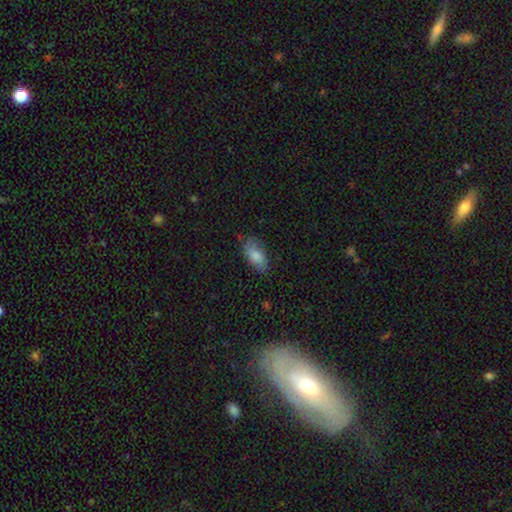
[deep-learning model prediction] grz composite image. It shows a smooth galaxy with no disk features (80%) that is in between round and cigar-shaped (89%). Merging: none (70%).